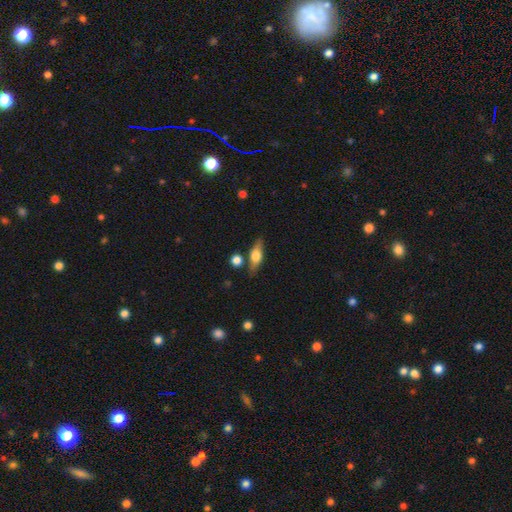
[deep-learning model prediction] Smooth or featured? Predicted: smooth (p=0.51). How rounded? Predicted: in between (p=0.56). Merging? Predicted: none (p=0.76).